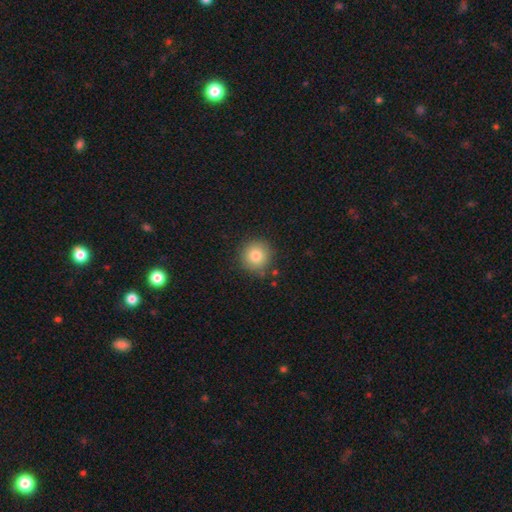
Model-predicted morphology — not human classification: Overall: smooth (81%). How rounded: round (94%). Merging: none (85%).